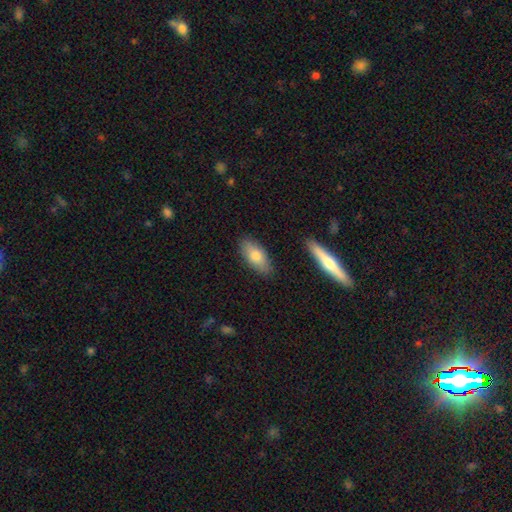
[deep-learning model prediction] A smooth galaxy with no disk features (75%) that is in between round and cigar-shaped (81%). Merging: none (85%).